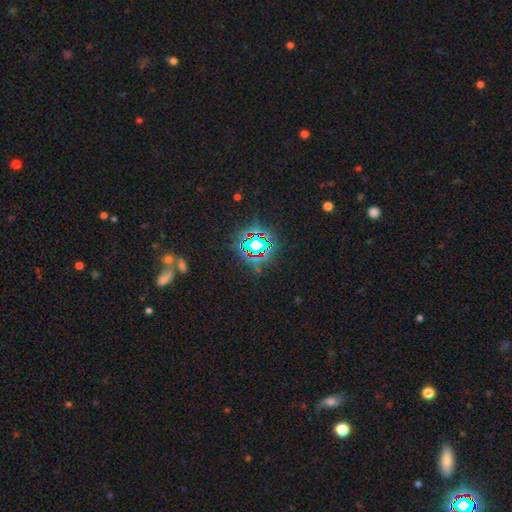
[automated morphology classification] smooth-or-featured: star or artifact: 78% | smooth: 13% | featured or disk: 10%